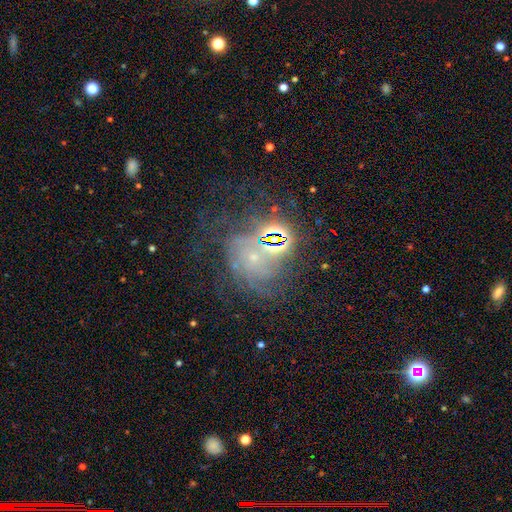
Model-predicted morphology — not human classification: Smooth or featured? featured or disk (57%)
Edge-on disk? no (96%)
Bar? no (76%)
Spiral arms? yes (83%)
Bulge size? small (74%)
Merging? none (52%)